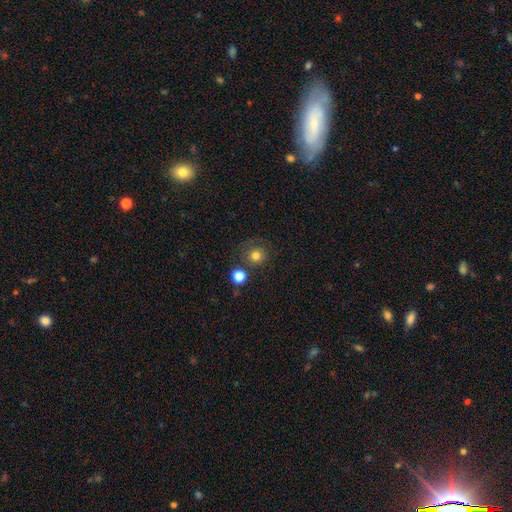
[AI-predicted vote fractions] Smooth or featured?
  - smooth: 77% *
  - star or artifact: 13%
  - featured or disk: 10%
How rounded?
  - round: 90% *
  - in between: 9%
  - cigar-shaped: 1%
Merging?
  - none: 70% *
  - minor disturbance: 12%
  - merger: 12%
  - major disturbance: 6%